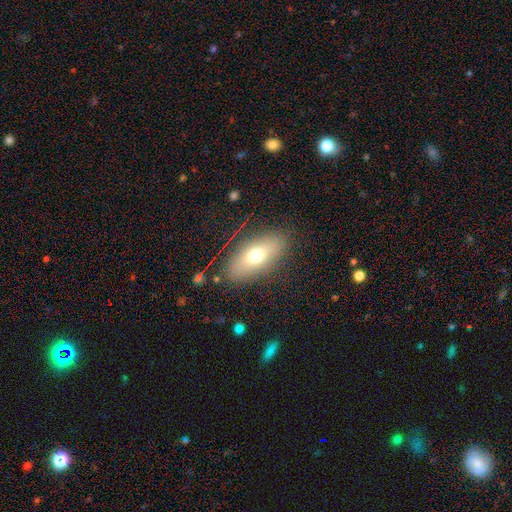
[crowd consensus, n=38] This appears to be a smooth galaxy with no disk features (63%) that is in between round and cigar-shaped (79%). Merging: none (81%).